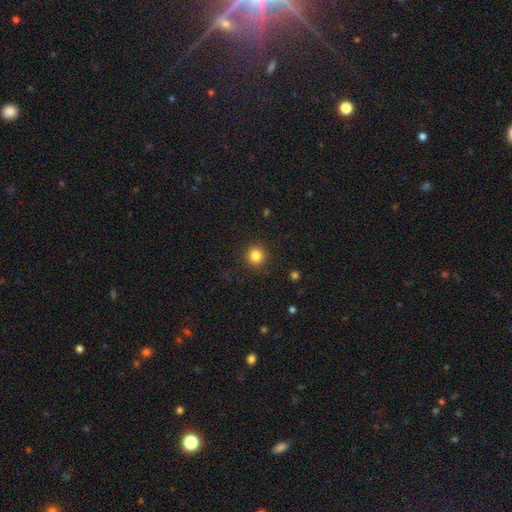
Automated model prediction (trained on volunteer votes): smooth 84%, star or artifact 11%, featured or disk 5%. Down the decision tree: how rounded — round (92%); merging — none (91%).